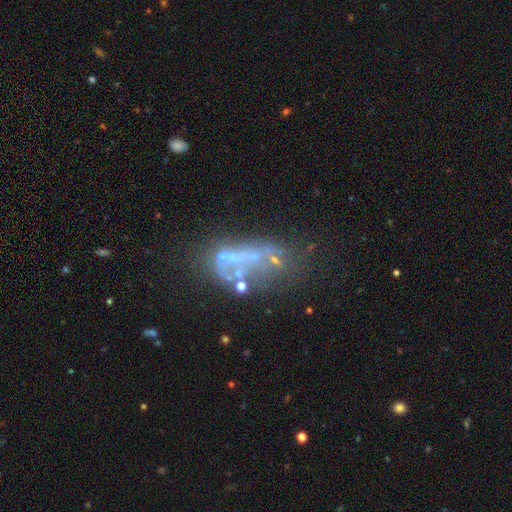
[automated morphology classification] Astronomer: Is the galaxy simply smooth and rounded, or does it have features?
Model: featured or disk — 54%.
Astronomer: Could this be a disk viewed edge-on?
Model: no — 86%.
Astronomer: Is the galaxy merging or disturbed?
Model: none — 35% (runner-up: major disturbance, 30%).